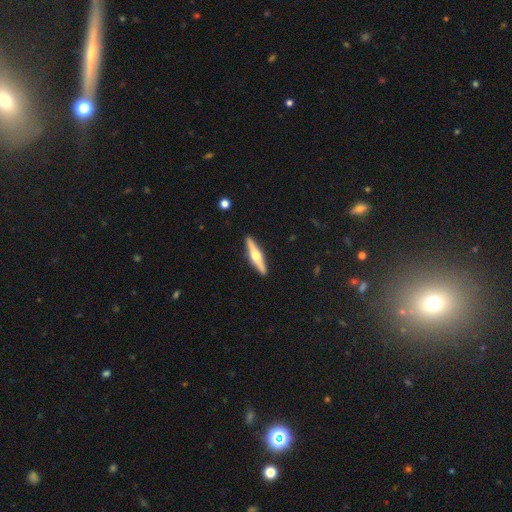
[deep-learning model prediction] Smooth or featured: featured or disk — 70% (smooth — 25%)
Edge-on disk: yes — 98% (no — 2%)
Edge-on bulge: rounded — 95% (boxy — 3%)
Merging: none — 92% (minor disturbance — 6%)